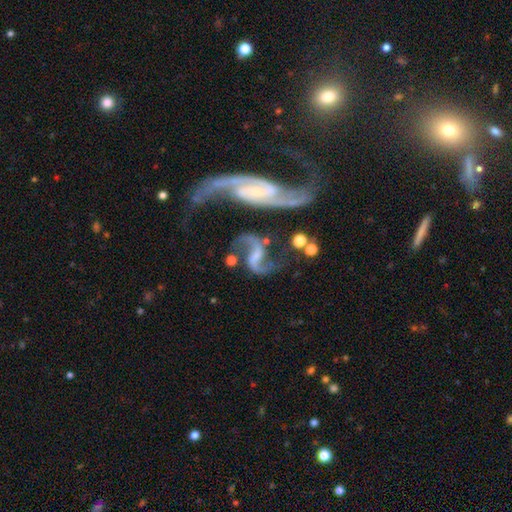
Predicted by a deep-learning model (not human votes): smooth-or-featured: featured or disk: 88% | smooth: 6% | star or artifact: 6%
  disk-edge-on: no: 97% | yes: 3%
    bar: weak: 47% | no: 31% | strong: 23%
    has-spiral-arms: yes: 97% | no: 3%
      spiral-winding: loose: 77% | medium: 19% | tight: 4%
      spiral-arm-count: 2: 93% | 1: 2% | can't tell: 2% | 3: 1% | 4: 1% | more than 4: 1%
    bulge-size: none: 41% | small: 33% | moderate: 20% | large: 5% | dominant: 2%
  merging: none: 52% | merger: 19% | minor disturbance: 16% | major disturbance: 13%